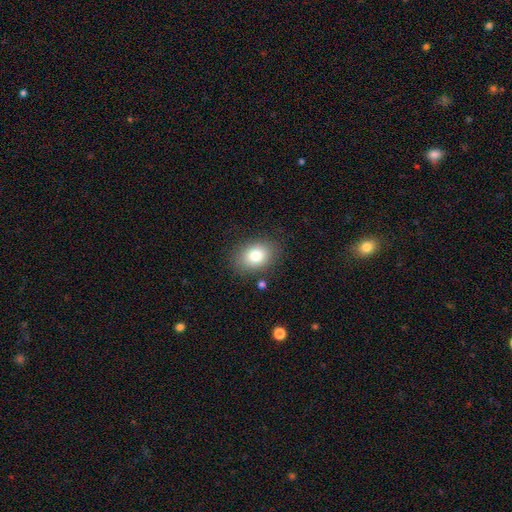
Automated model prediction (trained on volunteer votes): smooth 80%, featured or disk 10%, star or artifact 10%. Down the decision tree: how rounded — in between (69%); merging — none (83%).